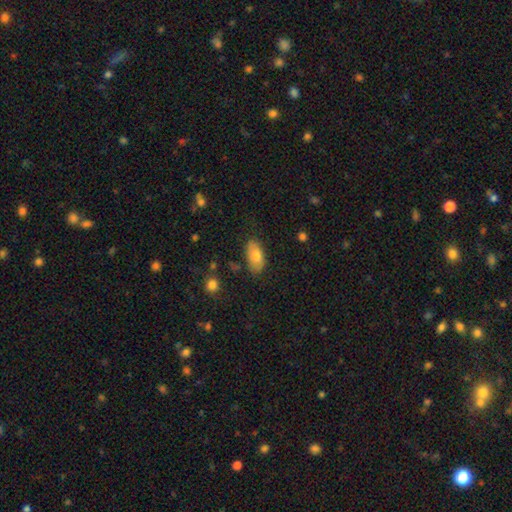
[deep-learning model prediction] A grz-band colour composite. It shows a smooth galaxy with no disk features (77%) that is in between round and cigar-shaped (92%). Merging: none (74%).